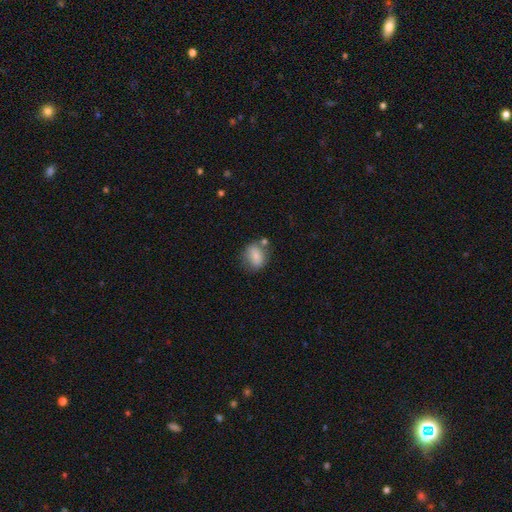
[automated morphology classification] smooth 77%, featured or disk 14%, star or artifact 8%. Down the decision tree: how rounded — in between (54%); merging — none (62%).